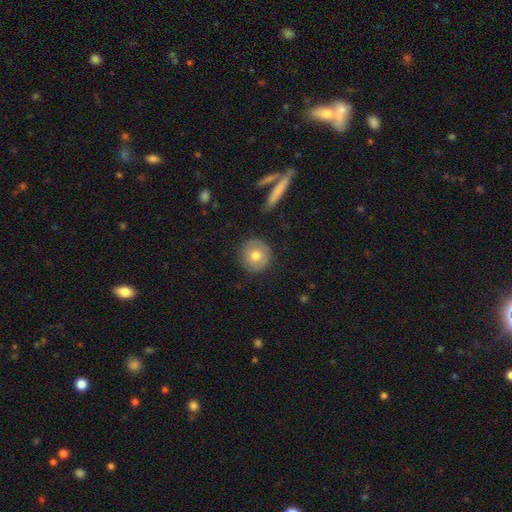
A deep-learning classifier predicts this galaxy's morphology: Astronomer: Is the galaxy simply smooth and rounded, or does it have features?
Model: smooth — 72%.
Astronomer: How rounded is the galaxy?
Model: round — 92%.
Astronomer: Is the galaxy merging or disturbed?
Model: none — 86%.